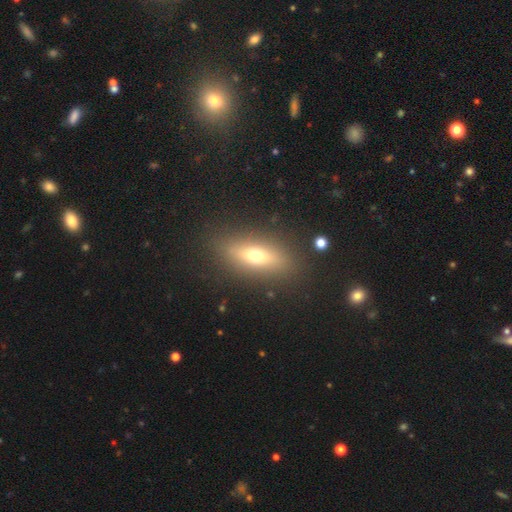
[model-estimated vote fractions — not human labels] This appears to be a smooth galaxy with no disk features (56%) that is in between round and cigar-shaped (59%). Merging: none (85%).